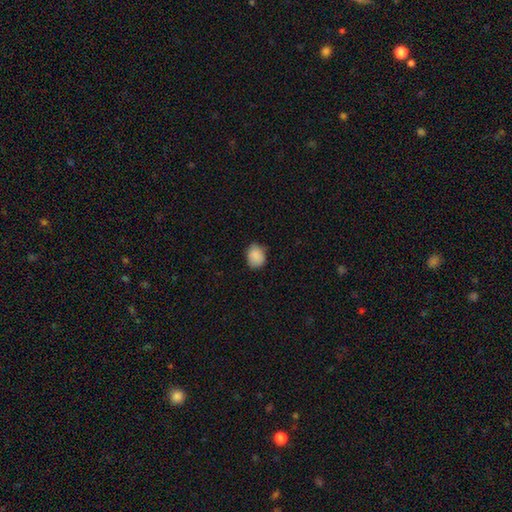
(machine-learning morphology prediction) smooth 87%, star or artifact 8%, featured or disk 5%. Down the decision tree: how rounded — round (53%); merging — none (72%).